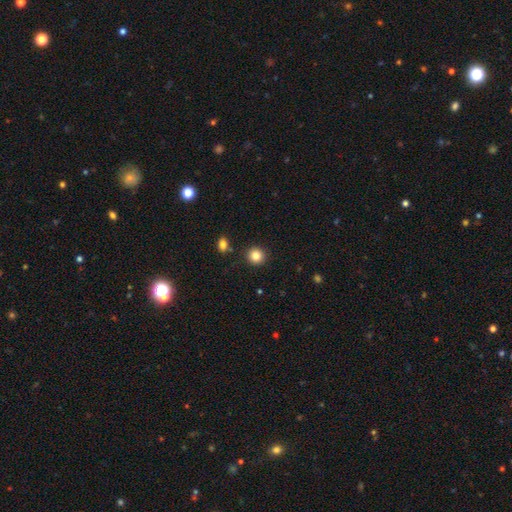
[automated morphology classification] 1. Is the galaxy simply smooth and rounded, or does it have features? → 84% smooth, 11% star or artifact, 5% featured or disk.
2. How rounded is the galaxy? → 91% round, 8% in between, 1% cigar-shaped.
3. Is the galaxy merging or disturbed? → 89% none, 6% minor disturbance, 3% merger, 2% major disturbance.